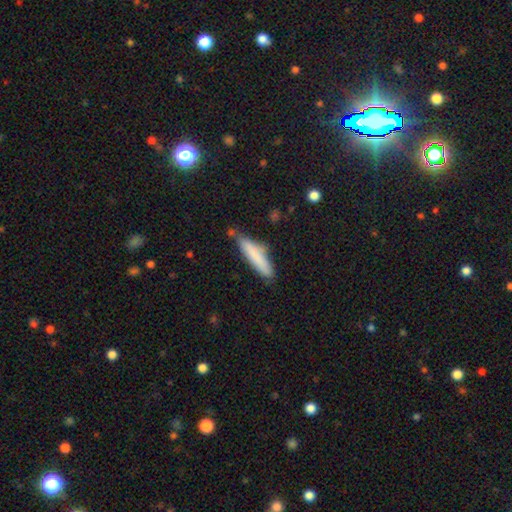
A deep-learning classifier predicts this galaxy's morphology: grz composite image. It shows a smooth galaxy with no disk features (78%) that is cigar-shaped (84%). Merging: none (72%).